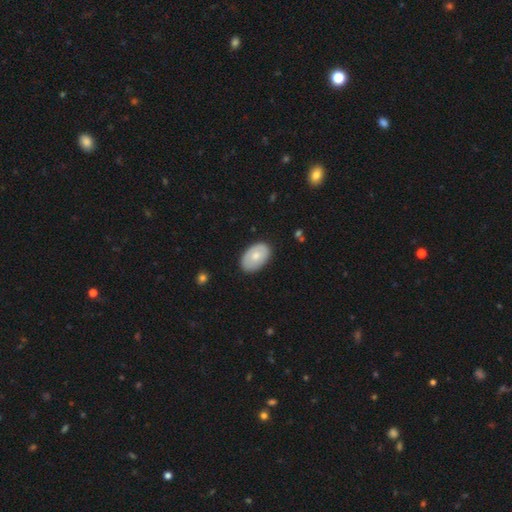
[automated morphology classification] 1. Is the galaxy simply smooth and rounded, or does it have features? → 69% smooth, 25% featured or disk, 6% star or artifact.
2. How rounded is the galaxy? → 91% in between, 8% round, 1% cigar-shaped.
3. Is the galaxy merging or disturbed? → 82% none, 14% minor disturbance, 3% major disturbance, 1% merger.